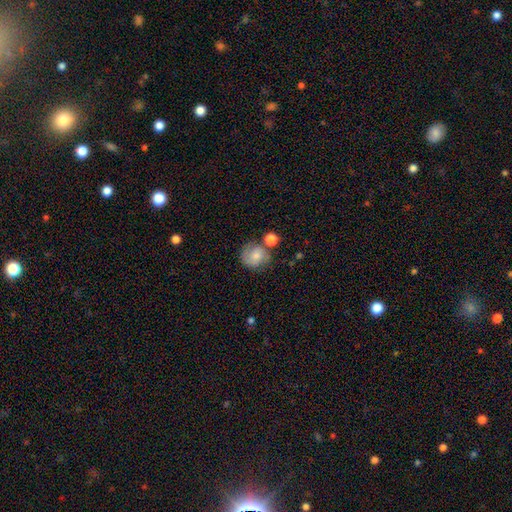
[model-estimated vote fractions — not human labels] This is possibly a smooth galaxy (58%). How rounded: clearly round (82%). Merging: possibly none (58%).